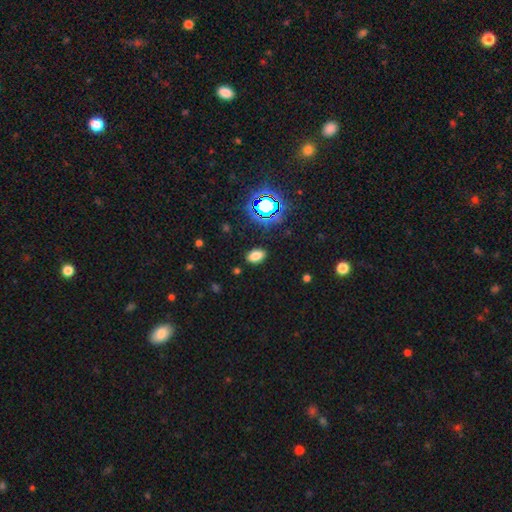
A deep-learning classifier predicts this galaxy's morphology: type=smooth (73%); roundness=in between (89%); merging=none (87%).